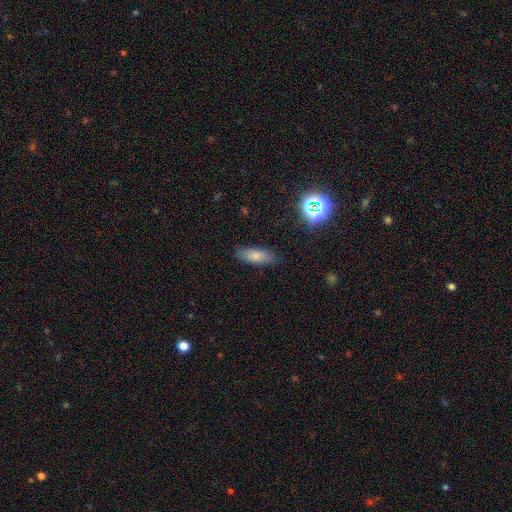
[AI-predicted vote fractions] The model was most divided on "how rounded": in between: 64%, cigar-shaped: 34%, round: 3%. More confident: merging — none (84%); smooth or featured — smooth (77%).